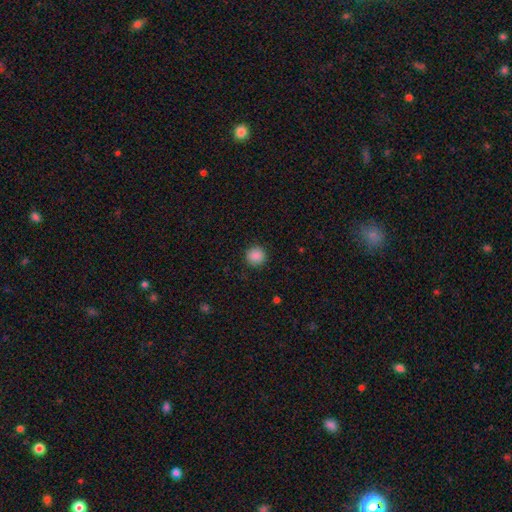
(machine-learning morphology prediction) The model was most divided on "smooth or featured": smooth: 88%, star or artifact: 9%, featured or disk: 3%. More confident: how rounded — round (94%); merging — none (91%).